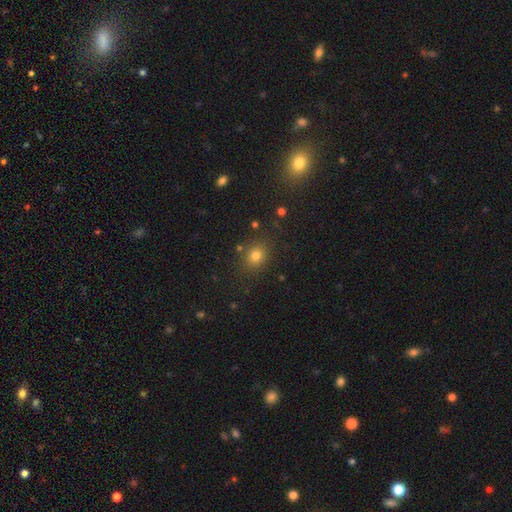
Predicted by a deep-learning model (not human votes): A smooth galaxy with no disk features (76%) that is round (65%). Merging: none (82%).